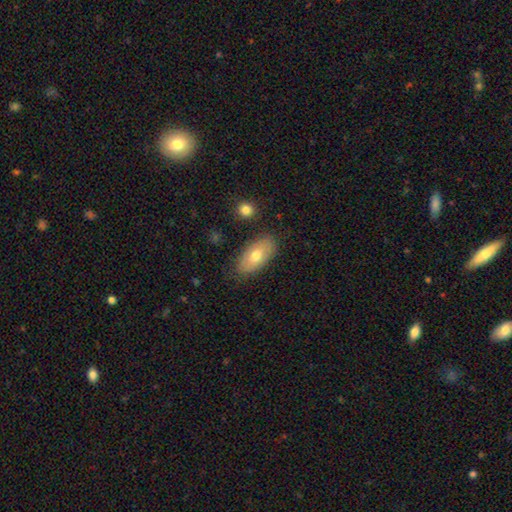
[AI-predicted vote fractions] A smooth galaxy with no disk features (68%) that is in between round and cigar-shaped (91%). Merging: none (83%).